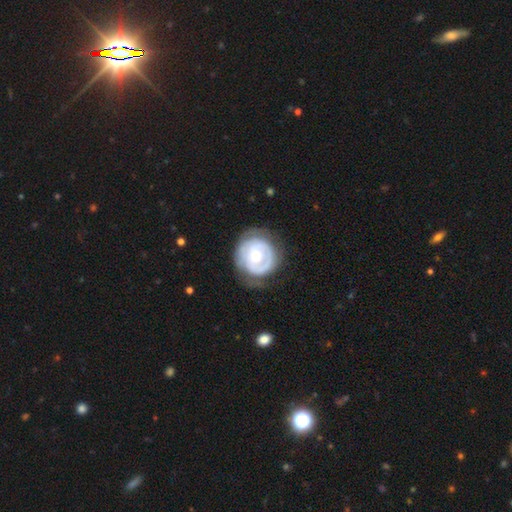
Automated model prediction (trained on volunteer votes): Morphology: type=featured or disk (64%); edge-on=no (97%); bar=no (71%); spiral arms=yes (58%); bulge=small (51%); merging=none (63%).